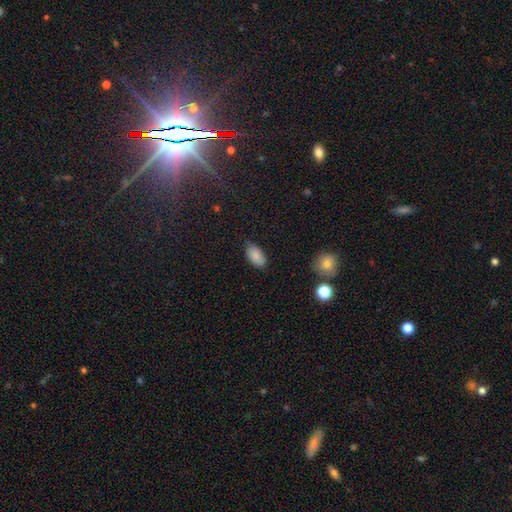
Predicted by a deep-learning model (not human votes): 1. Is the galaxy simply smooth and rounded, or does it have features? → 85% smooth, 8% star or artifact, 7% featured or disk.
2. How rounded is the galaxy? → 94% in between, 4% round, 2% cigar-shaped.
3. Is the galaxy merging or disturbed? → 78% none, 18% minor disturbance, 3% major disturbance, 1% merger.